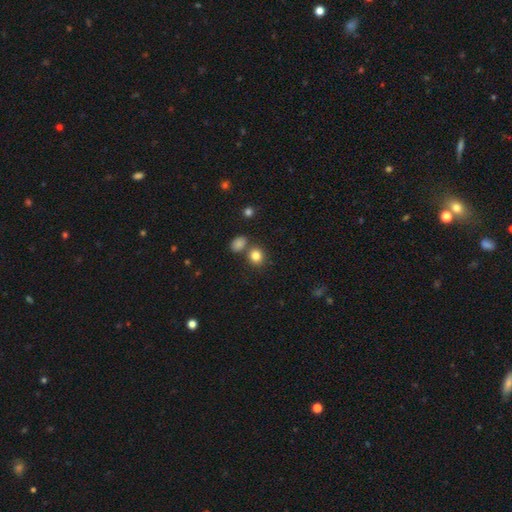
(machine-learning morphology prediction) Q: Smooth or featured?
A: smooth (83%); runner-up: star or artifact (11%)
Q: How rounded?
A: round (74%); runner-up: in between (25%)
Q: Merging?
A: none (70%); runner-up: merger (17%)